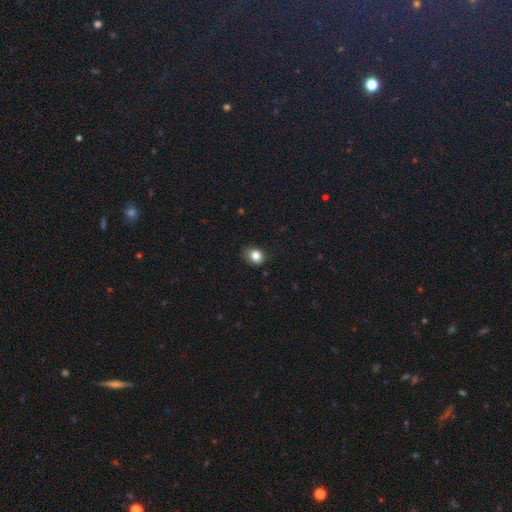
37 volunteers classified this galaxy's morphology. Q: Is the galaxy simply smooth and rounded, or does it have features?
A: smooth — 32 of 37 (86%).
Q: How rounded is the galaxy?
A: round — 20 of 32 (62%).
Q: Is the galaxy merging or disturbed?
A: none — 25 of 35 (71%).